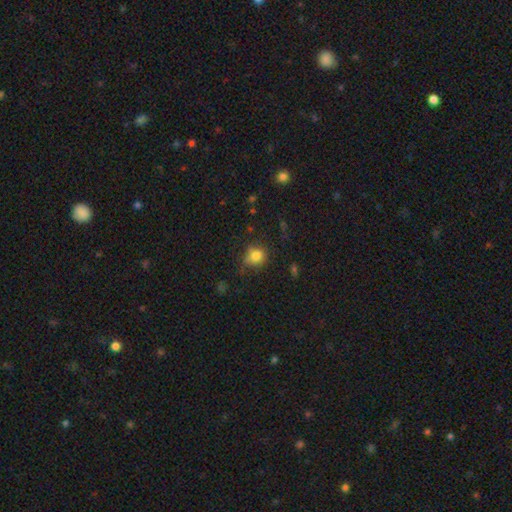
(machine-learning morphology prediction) Smooth or featured?
  - smooth: 81% *
  - star or artifact: 11%
  - featured or disk: 8%
How rounded?
  - round: 67% *
  - in between: 32%
  - cigar-shaped: 1%
Merging?
  - none: 64% *
  - minor disturbance: 25%
  - major disturbance: 8%
  - merger: 3%